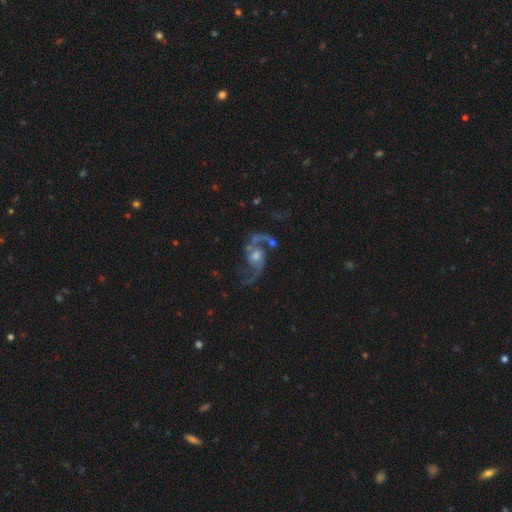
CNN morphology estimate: featured or disk 90%, star or artifact 6%, smooth 4%. Down the decision tree: edge-on disk — no (98%); bar — no (55%); spiral arms — yes (97%); spiral arm count — 2 (93%); spiral winding — loose (58%); bulge size — moderate (58%); merging — none (65%).